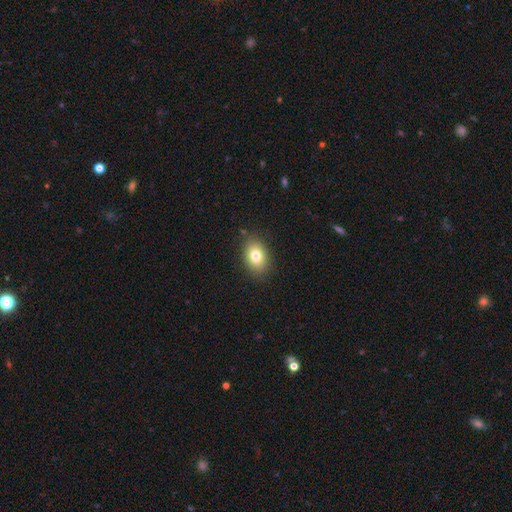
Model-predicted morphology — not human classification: Q: Smooth or featured?
A: smooth (79%); runner-up: featured or disk (12%)
Q: How rounded?
A: in between (74%); runner-up: round (25%)
Q: Merging?
A: none (86%); runner-up: minor disturbance (10%)